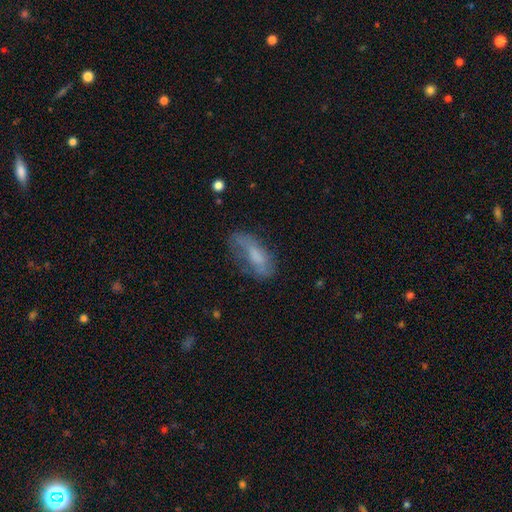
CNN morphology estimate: Smooth or featured? smooth (54%)
How rounded? in between (76%)
Merging? none (49%)